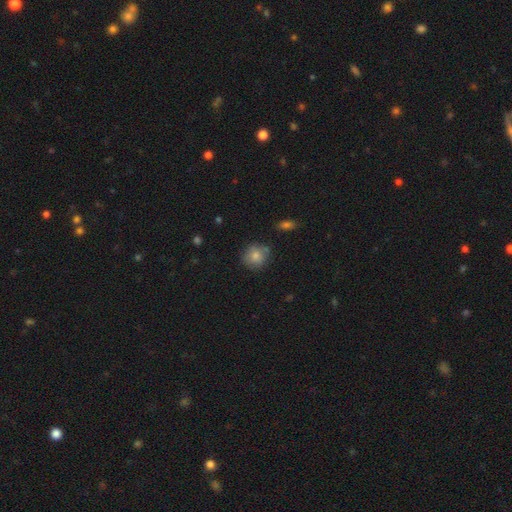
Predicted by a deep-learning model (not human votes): smooth 79%, featured or disk 12%, star or artifact 9%. Down the decision tree: how rounded — round (86%); merging — none (75%).